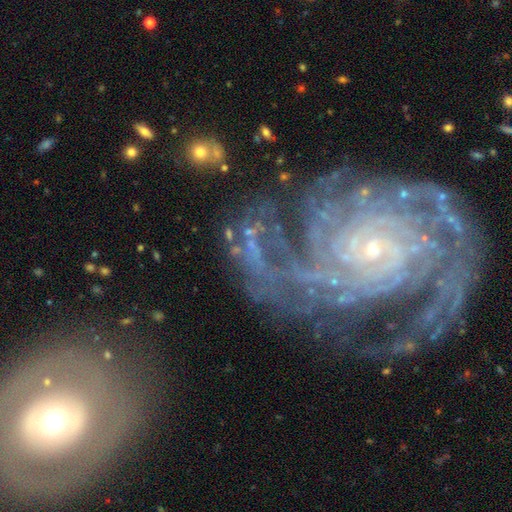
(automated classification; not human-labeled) Smooth or featured: featured or disk — 89% (star or artifact — 6%)
Edge-on disk: no — 97% (yes — 3%)
Bar: no — 66% (weak — 22%)
Spiral arms: yes — 98% (no — 2%)
Spiral winding: tight — 72% (medium — 22%)
Spiral arm count: 4 — 22% (more than 4 — 20%)
Bulge size: small — 83% (moderate — 11%)
Merging: none — 61% (minor disturbance — 17%)